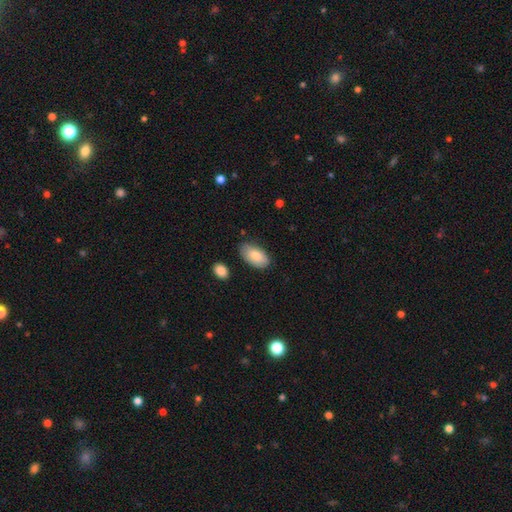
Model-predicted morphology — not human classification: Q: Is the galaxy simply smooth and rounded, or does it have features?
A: smooth — 79%.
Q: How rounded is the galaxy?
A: in between — 95%.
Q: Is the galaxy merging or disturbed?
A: none — 76%.